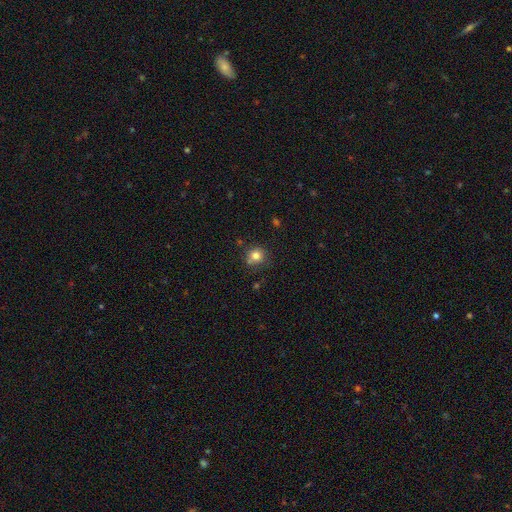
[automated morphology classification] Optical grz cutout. It shows a smooth galaxy with no disk features (80%) that is round (87%). Merging: none (74%).